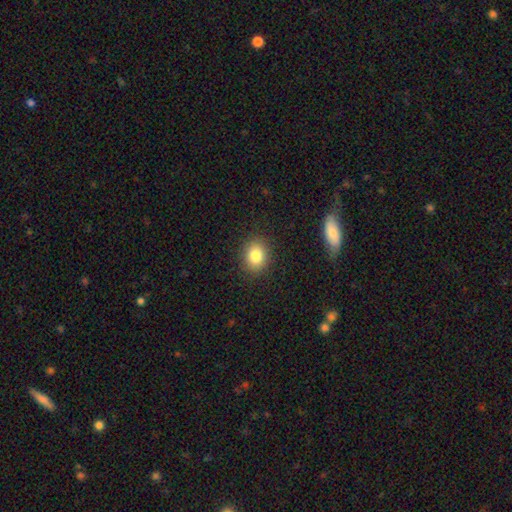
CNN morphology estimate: The model was most divided on "how rounded": round: 54%, in between: 45%, cigar-shaped: 1%. More confident: merging — none (89%); smooth or featured — smooth (82%).